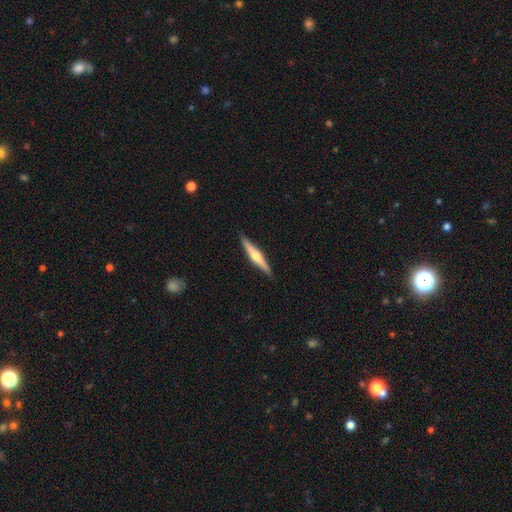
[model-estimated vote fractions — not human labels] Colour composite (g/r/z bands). It shows a featured or disk galaxy (63%) viewed edge-on (97%) with a rounded central bulge (90%). Merging: none (90%).